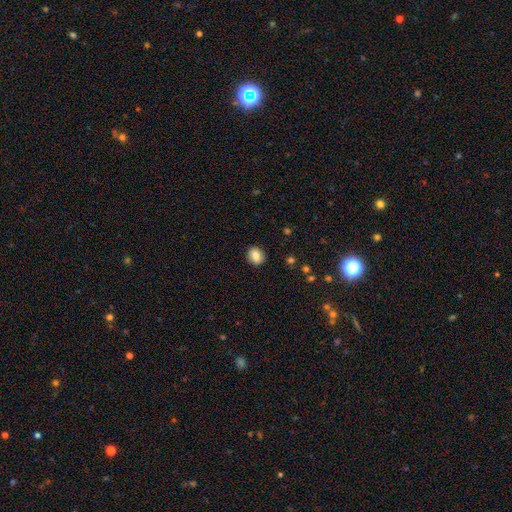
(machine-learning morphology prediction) Smooth or featured: smooth — 82% (star or artifact — 9%)
How rounded: round — 57% (in between — 42%)
Merging: none — 86% (minor disturbance — 10%)